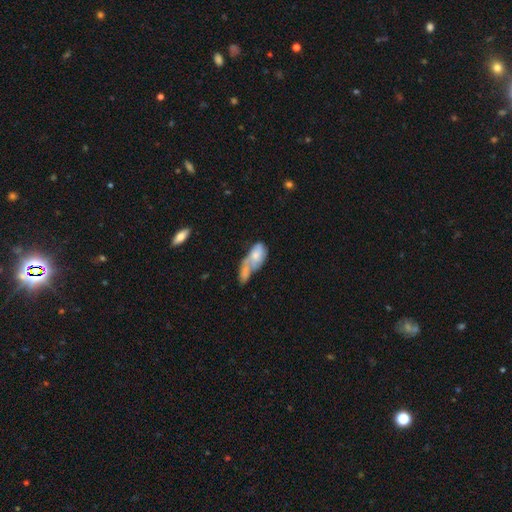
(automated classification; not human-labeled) Smooth or featured? Predicted: smooth (p=0.60). How rounded? Predicted: in between (p=0.86). Merging? Predicted: merger (p=0.55).